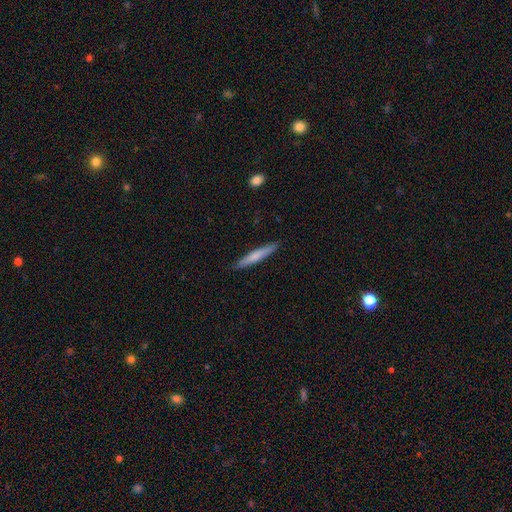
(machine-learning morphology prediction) smooth 70%, featured or disk 25%, star or artifact 5%. Down the decision tree: how rounded — cigar-shaped (94%); merging — none (90%).